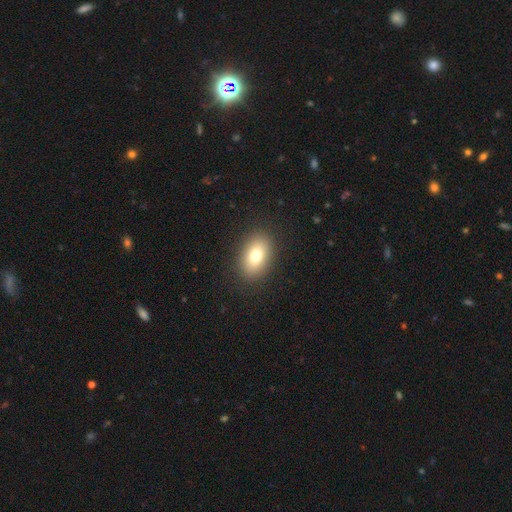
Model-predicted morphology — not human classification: This is likely a smooth galaxy (78%). How rounded: clearly in between (85%). Merging: clearly none (89%).